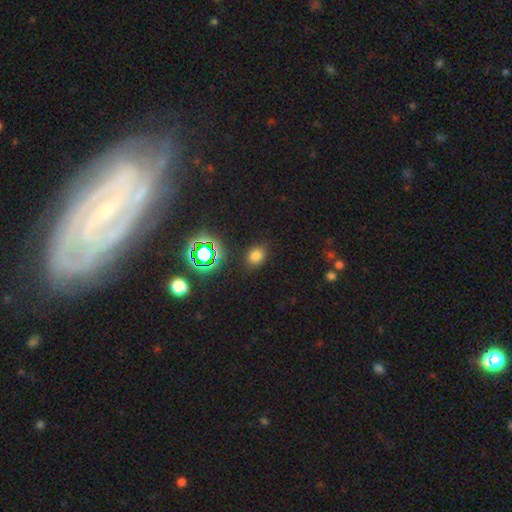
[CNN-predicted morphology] smooth-or-featured: smooth: 72% | star or artifact: 22% | featured or disk: 6%
  how-rounded: in between: 57% | round: 42% | cigar-shaped: 1%
  merging: none: 86% | minor disturbance: 10% | major disturbance: 3% | merger: 2%